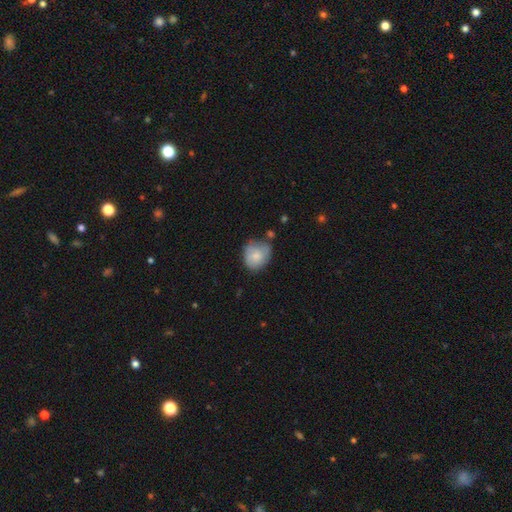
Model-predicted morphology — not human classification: Smooth or featured?
  - smooth: 70% *
  - featured or disk: 22%
  - star or artifact: 7%
How rounded?
  - round: 71% *
  - in between: 28%
  - cigar-shaped: 1%
Merging?
  - none: 49% *
  - minor disturbance: 33%
  - major disturbance: 11%
  - merger: 7%